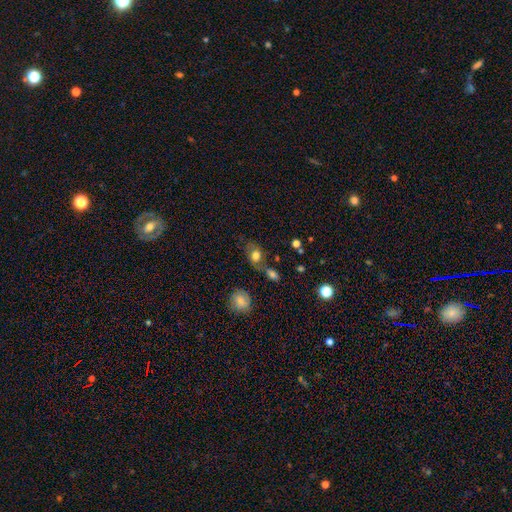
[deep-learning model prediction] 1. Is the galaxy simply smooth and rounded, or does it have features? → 70% smooth, 19% featured or disk, 11% star or artifact.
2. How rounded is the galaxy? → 60% in between, 38% round, 3% cigar-shaped.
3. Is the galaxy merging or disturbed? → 50% none, 20% minor disturbance, 19% merger, 11% major disturbance.